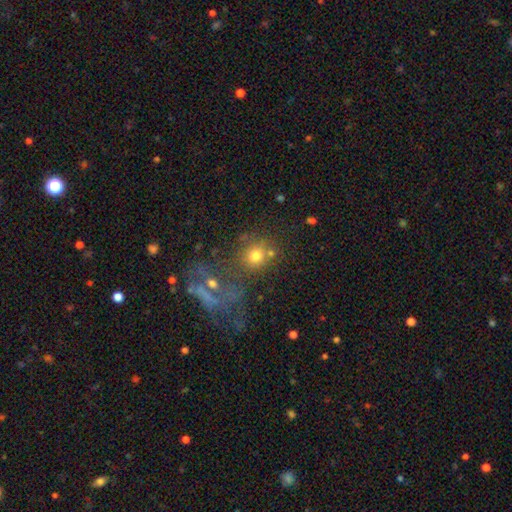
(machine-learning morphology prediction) This appears to be a smooth galaxy with no disk features (68%) that is round (80%). Merging: none (53%).